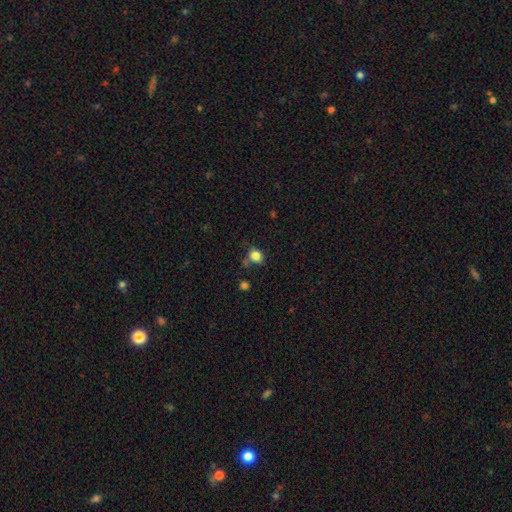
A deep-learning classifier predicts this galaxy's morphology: Smooth or featured? Predicted: smooth (p=0.83). How rounded? Predicted: round (p=0.64). Merging? Predicted: none (p=0.65).